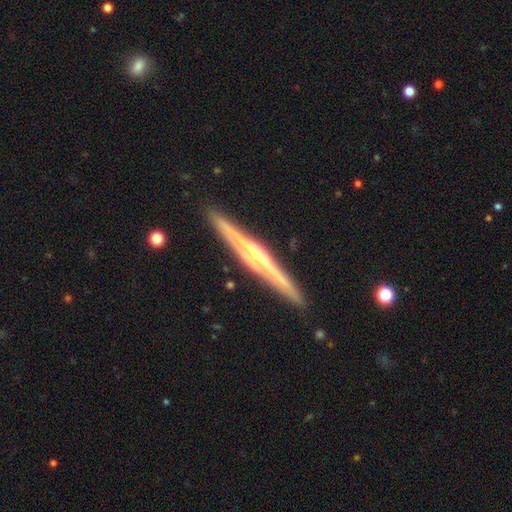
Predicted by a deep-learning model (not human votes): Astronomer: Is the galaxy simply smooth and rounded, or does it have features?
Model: featured or disk — 85%.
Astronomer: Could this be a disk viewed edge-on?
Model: yes — 98%.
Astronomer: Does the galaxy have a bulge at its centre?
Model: rounded — 74%.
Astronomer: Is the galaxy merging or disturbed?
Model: none — 91%.